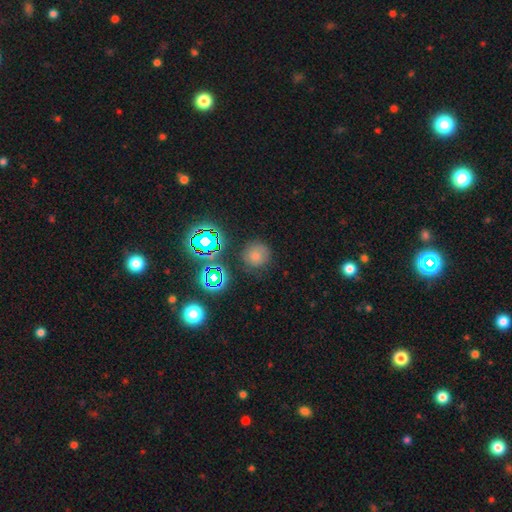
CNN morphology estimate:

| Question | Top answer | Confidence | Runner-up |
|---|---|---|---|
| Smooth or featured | smooth | 68% | star or artifact (24%) |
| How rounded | round | 92% | in between (7%) |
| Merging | none | 83% | minor disturbance (10%) |